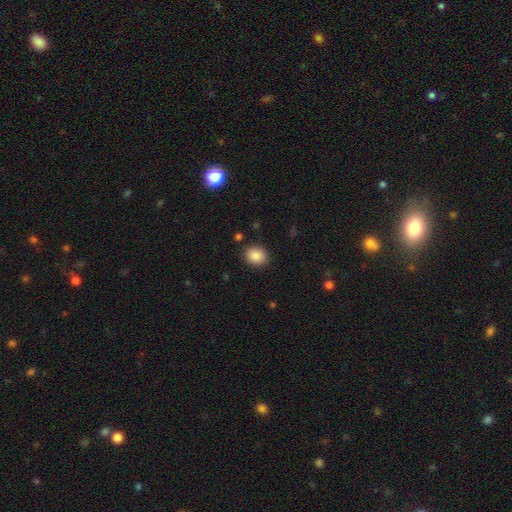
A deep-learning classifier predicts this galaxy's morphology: Smooth or featured? smooth (87%)
How rounded? round (62%)
Merging? none (89%)